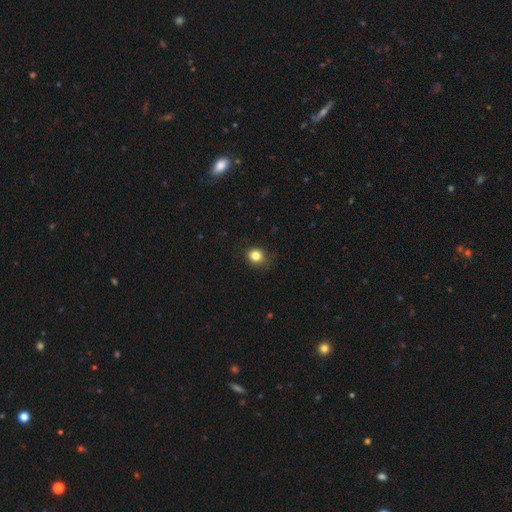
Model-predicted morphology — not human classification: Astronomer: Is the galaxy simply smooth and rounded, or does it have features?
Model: smooth — 83%.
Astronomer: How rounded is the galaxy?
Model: round — 79%.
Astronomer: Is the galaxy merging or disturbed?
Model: none — 82%.